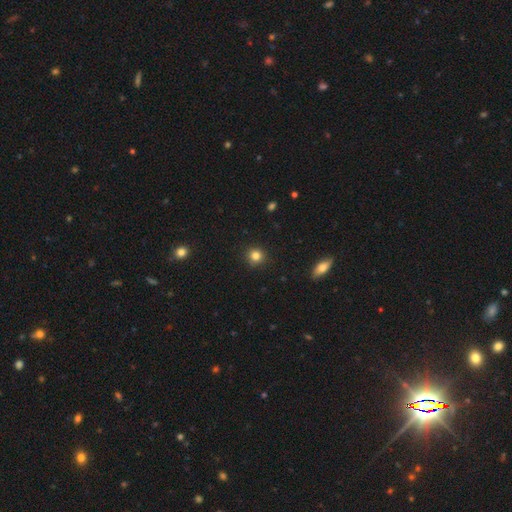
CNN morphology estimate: Smooth or featured: smooth — 83% (star or artifact — 12%)
How rounded: round — 92% (in between — 7%)
Merging: none — 91% (minor disturbance — 6%)